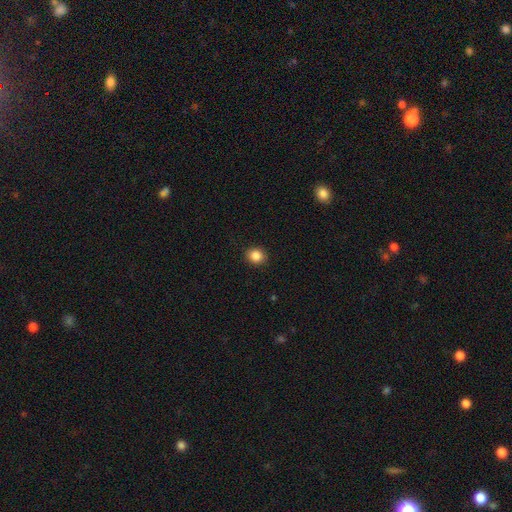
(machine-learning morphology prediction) A smooth galaxy with no disk features (86%) that is round (81%).

Vote fractions:
- Smooth or featured? smooth: 86% / star or artifact: 10% / featured or disk: 4%
- How rounded? round: 81% / in between: 18% / cigar-shaped: 1%
- Merging? none: 91% / minor disturbance: 6% / major disturbance: 2% / merger: 1%